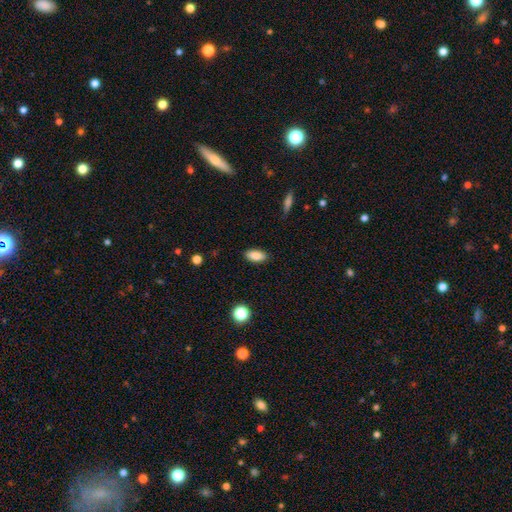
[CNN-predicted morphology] smooth 87%, star or artifact 8%, featured or disk 5%. Down the decision tree: how rounded — in between (89%); merging — none (88%).